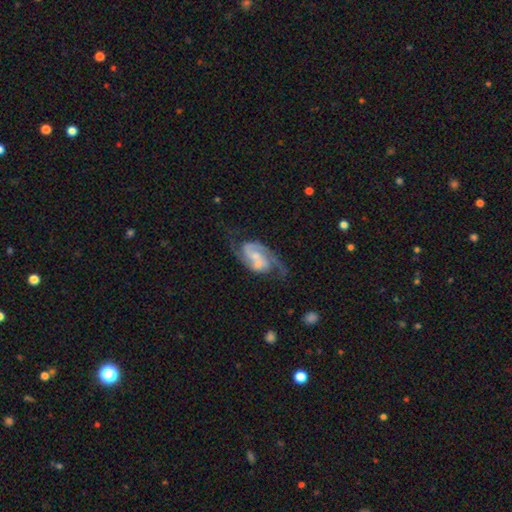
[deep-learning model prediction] Smooth or featured? featured or disk (87%)
Edge-on disk? no (97%)
Bar? weak (43%)
Spiral arms? yes (97%)
Spiral winding? medium (53%)
Spiral arm count? 2 (89%)
Bulge size? small (52%)
Merging? none (58%)